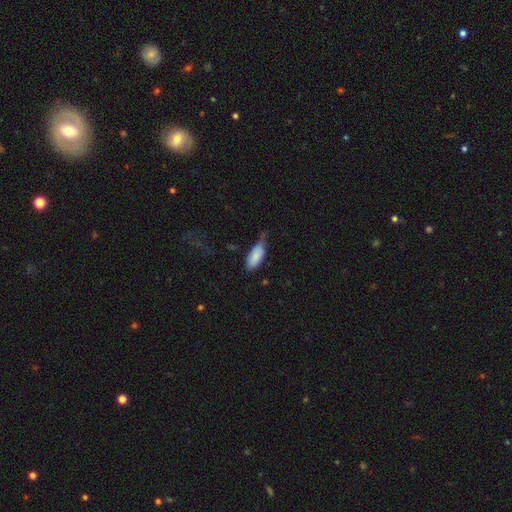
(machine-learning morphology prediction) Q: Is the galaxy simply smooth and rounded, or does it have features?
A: smooth — 85%.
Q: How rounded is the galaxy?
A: in between — 83%.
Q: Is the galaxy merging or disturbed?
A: minor disturbance — 43%.